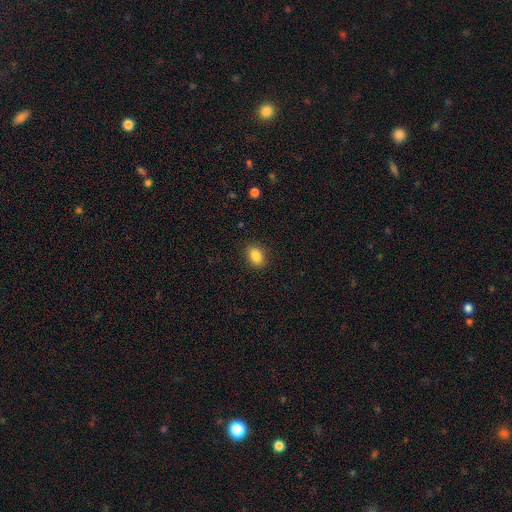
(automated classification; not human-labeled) Smooth or featured?
  - smooth: 87% *
  - star or artifact: 9%
  - featured or disk: 4%
How rounded?
  - in between: 74% *
  - round: 25%
  - cigar-shaped: 1%
Merging?
  - none: 87% *
  - minor disturbance: 9%
  - major disturbance: 3%
  - merger: 1%